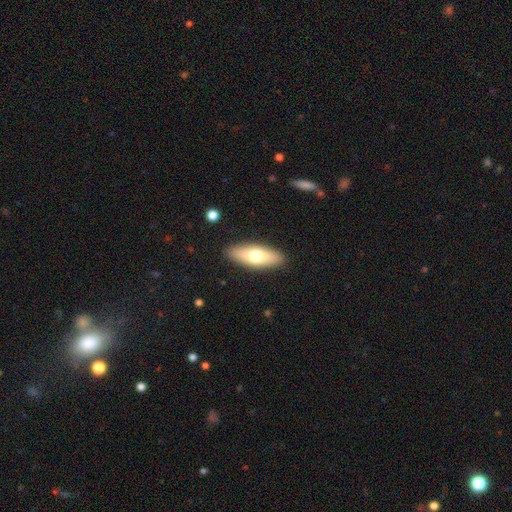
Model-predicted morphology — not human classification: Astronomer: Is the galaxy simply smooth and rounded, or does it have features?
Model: smooth — 66%.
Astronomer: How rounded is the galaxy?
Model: in between — 67%.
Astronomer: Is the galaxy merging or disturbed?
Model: none — 89%.